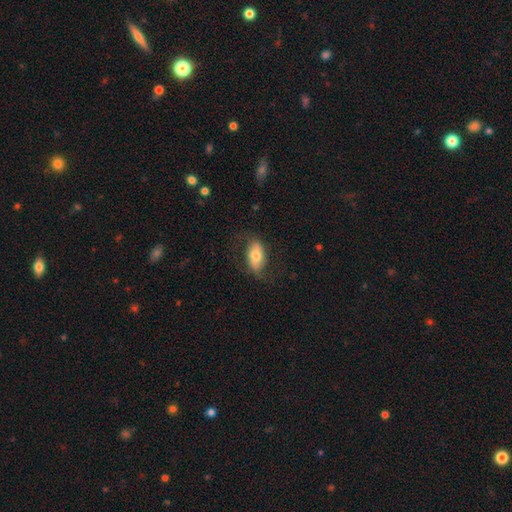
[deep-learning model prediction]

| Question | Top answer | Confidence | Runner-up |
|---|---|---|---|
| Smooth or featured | smooth | 58% | featured or disk (35%) |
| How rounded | in between | 91% | round (5%) |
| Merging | none | 70% | minor disturbance (19%) |